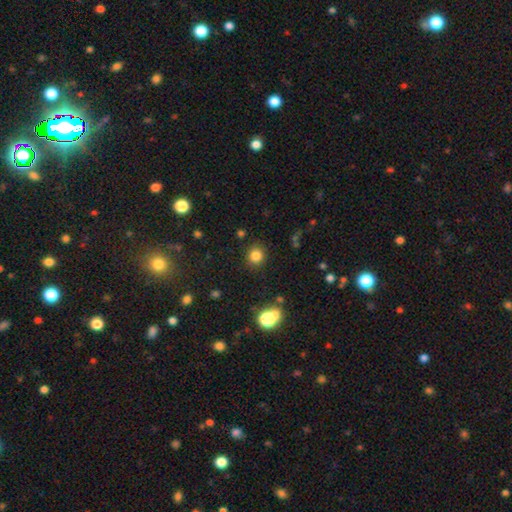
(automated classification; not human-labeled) This appears to be a smooth galaxy with no disk features (82%) that is round (84%). Merging: none (88%).